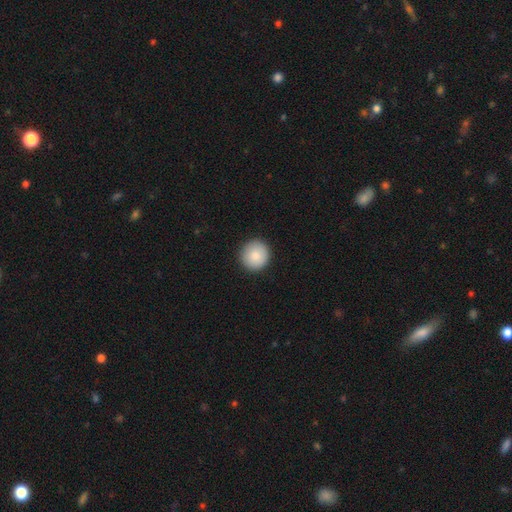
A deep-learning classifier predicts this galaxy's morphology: A smooth galaxy with no disk features (88%) that is round (94%). Merging: none (92%).